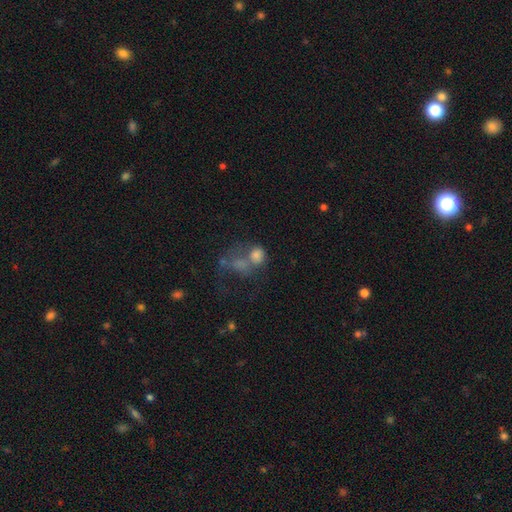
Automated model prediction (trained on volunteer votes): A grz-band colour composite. It shows a smooth galaxy with no disk features (63%) that is round (51%). Merging: merger (47%).